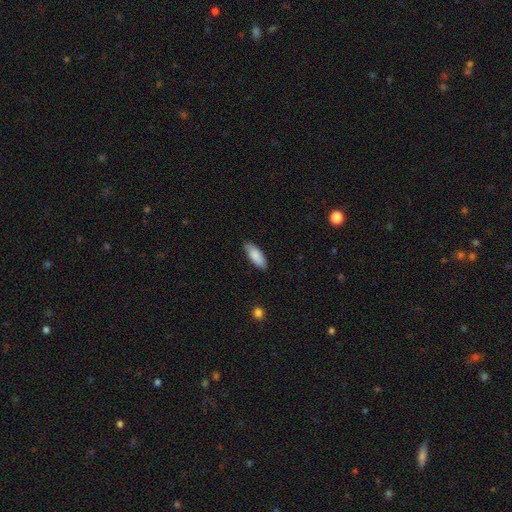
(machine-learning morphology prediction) smooth-or-featured: smooth: 86% | featured or disk: 8% | star or artifact: 6%
  how-rounded: in between: 75% | cigar-shaped: 24% | round: 2%
  merging: none: 84% | minor disturbance: 13% | major disturbance: 2% | merger: 1%